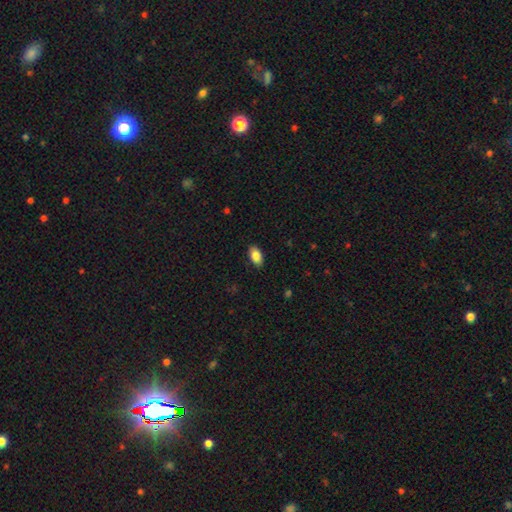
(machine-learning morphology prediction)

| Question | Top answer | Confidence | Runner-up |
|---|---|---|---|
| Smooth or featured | smooth | 86% | star or artifact (7%) |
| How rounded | in between | 93% | round (5%) |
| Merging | none | 87% | minor disturbance (10%) |